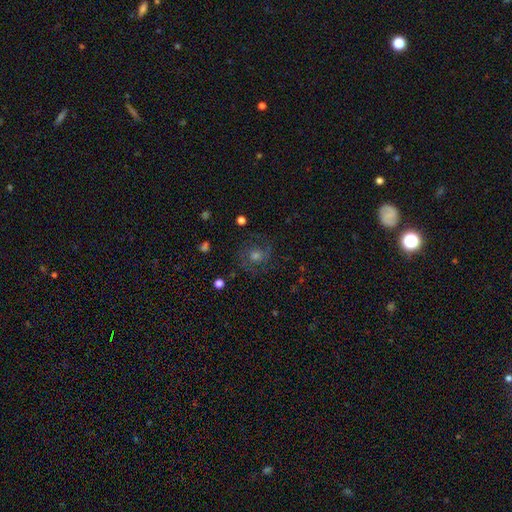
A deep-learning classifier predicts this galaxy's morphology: Smooth or featured?
  - featured or disk: 56% *
  - smooth: 23%
  - star or artifact: 21%
Edge-on disk?
  - no: 97% *
  - yes: 3%
Bar?
  - no: 70% *
  - weak: 25%
  - strong: 5%
Spiral arms?
  - yes: 87% *
  - no: 13%
Bulge size?
  - moderate: 60% *
  - small: 20%
  - large: 14%
  - none: 3%
  - dominant: 2%
Merging?
  - none: 78% *
  - minor disturbance: 13%
  - major disturbance: 8%
  - merger: 1%